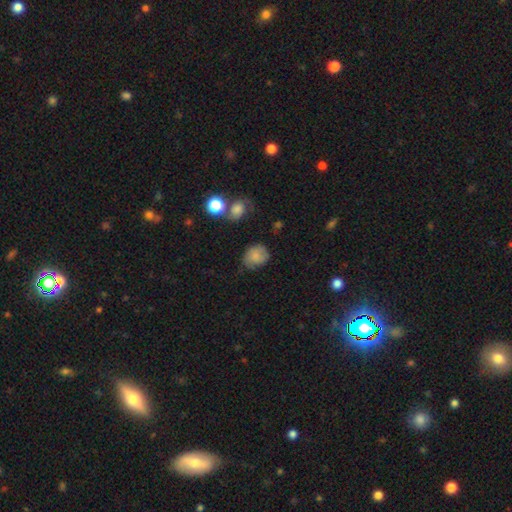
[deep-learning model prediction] Overall: smooth (76%). How rounded: round (54%; in between 45%). Merging: none (62%; minor disturbance 27%).